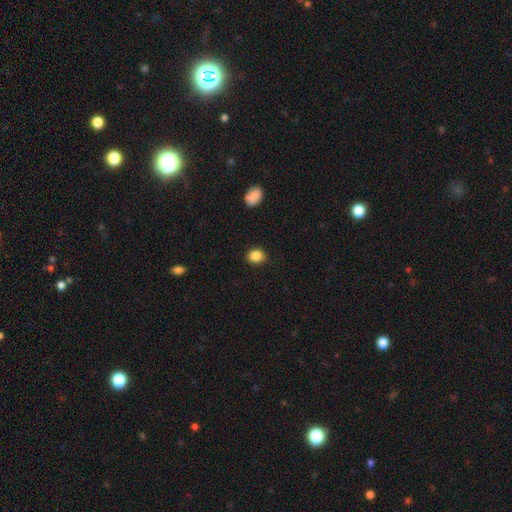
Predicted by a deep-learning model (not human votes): A smooth galaxy with no disk features (86%) that is round (57%).

Vote fractions:
- Smooth or featured? smooth: 86% / star or artifact: 10% / featured or disk: 4%
- How rounded? round: 57% / in between: 42% / cigar-shaped: 1%
- Merging? none: 84% / minor disturbance: 12% / major disturbance: 3% / merger: 1%